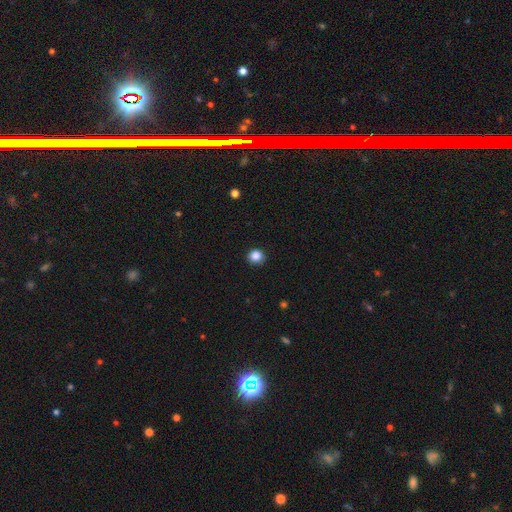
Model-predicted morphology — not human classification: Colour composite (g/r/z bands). It shows a smooth galaxy with no disk features (86%) that is round (87%). Merging: none (90%).